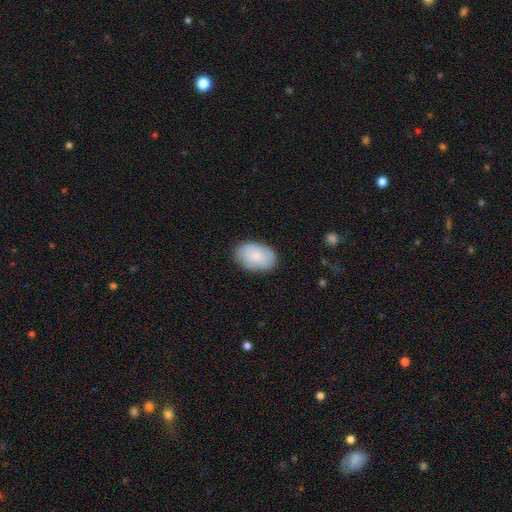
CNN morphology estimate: This appears to be a smooth galaxy with no disk features (79%) that is in between round and cigar-shaped (88%). Merging: none (84%).